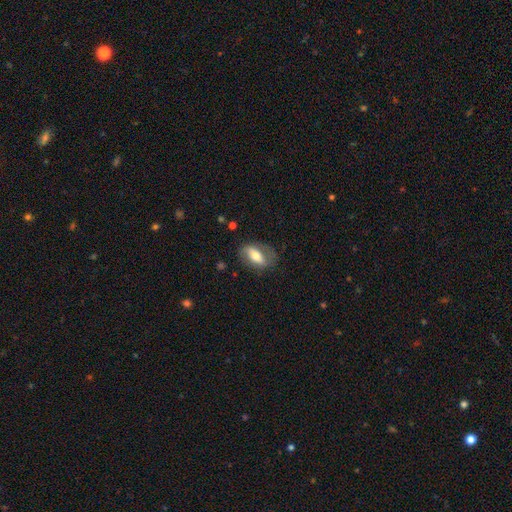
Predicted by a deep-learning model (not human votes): The model was most divided on "smooth or featured": featured or disk: 48%, smooth: 45%, star or artifact: 7%. More confident: merging — none (67%).